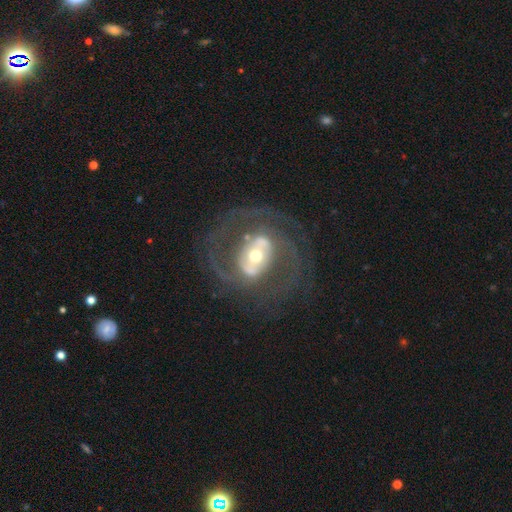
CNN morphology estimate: smooth-or-featured: featured or disk: 83% | smooth: 11% | star or artifact: 7%
  disk-edge-on: no: 96% | yes: 4%
    bar: no: 40% | strong: 30% | weak: 30%
    has-spiral-arms: yes: 82% | no: 18%
      spiral-winding: medium: 48% | tight: 30% | loose: 22%
      spiral-arm-count: 2: 71% | can't tell: 13% | 3: 7% | 1: 4% | 4: 3% | more than 4: 2%
    bulge-size: moderate: 57% | small: 30% | large: 10% | dominant: 2% | none: 1%
  merging: none: 66% | major disturbance: 16% | minor disturbance: 14% | merger: 4%